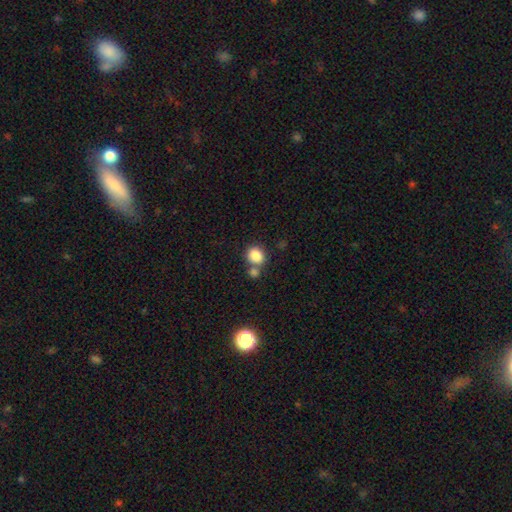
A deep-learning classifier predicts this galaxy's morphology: Q: Smooth or featured?
A: smooth (85%); runner-up: star or artifact (10%)
Q: How rounded?
A: round (63%); runner-up: in between (36%)
Q: Merging?
A: none (57%); runner-up: merger (29%)